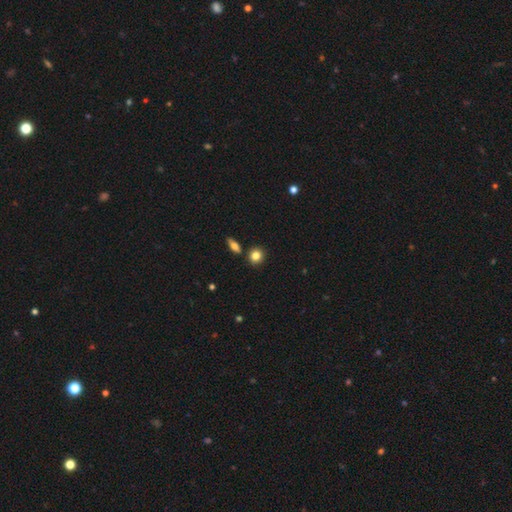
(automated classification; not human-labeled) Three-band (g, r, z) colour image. It shows a smooth galaxy with no disk features (83%) that is round (80%). Merging: none (81%).